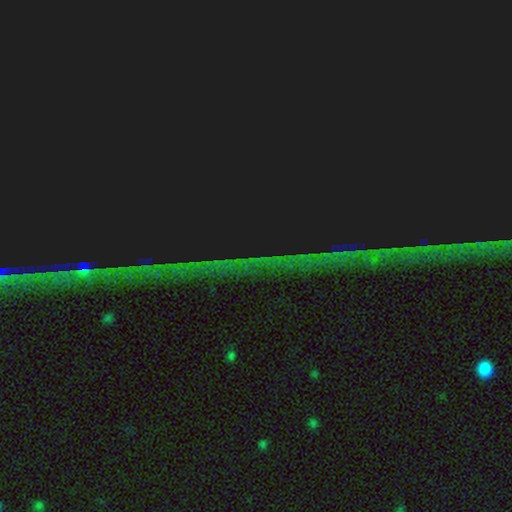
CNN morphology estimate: smooth_or_featured: star or artifact (p=0.85) [alt: featured or disk p=0.07]